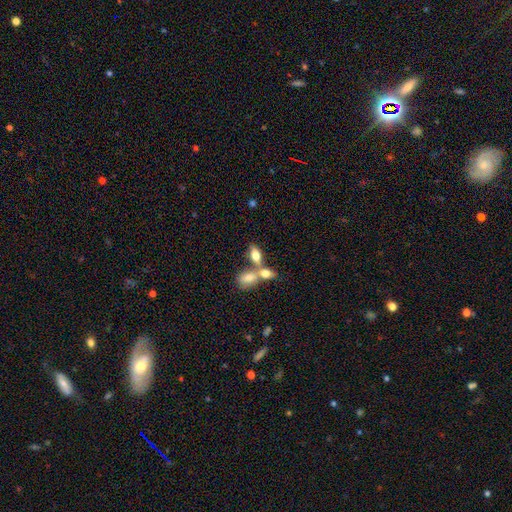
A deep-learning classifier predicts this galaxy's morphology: type=smooth (72%); roundness=in between (84%); merging=merger (55%).